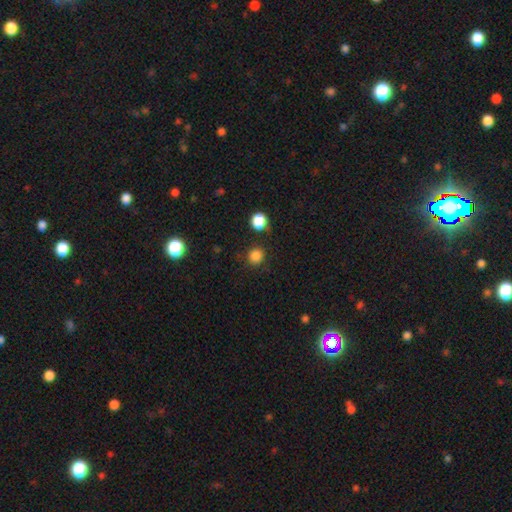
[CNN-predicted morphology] smooth_or_featured: smooth (p=0.83) [alt: star or artifact p=0.14]
how_rounded: round (p=0.90) [alt: in between p=0.09]
merging: none (p=0.86) [alt: minor disturbance p=0.08]